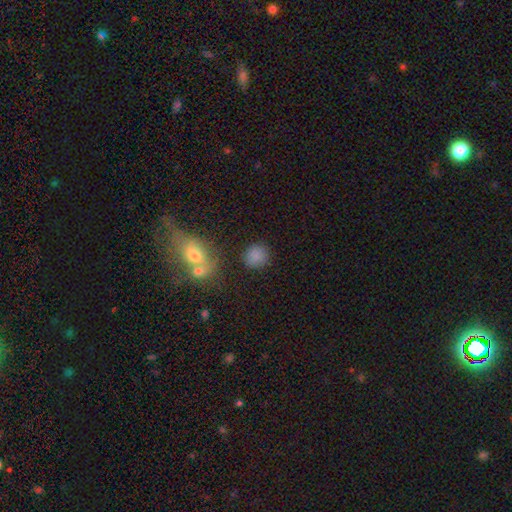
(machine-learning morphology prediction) smooth_or_featured: smooth (p=0.83) [alt: star or artifact p=0.11]
how_rounded: round (p=0.82) [alt: in between p=0.17]
merging: none (p=0.78) [alt: minor disturbance p=0.11]